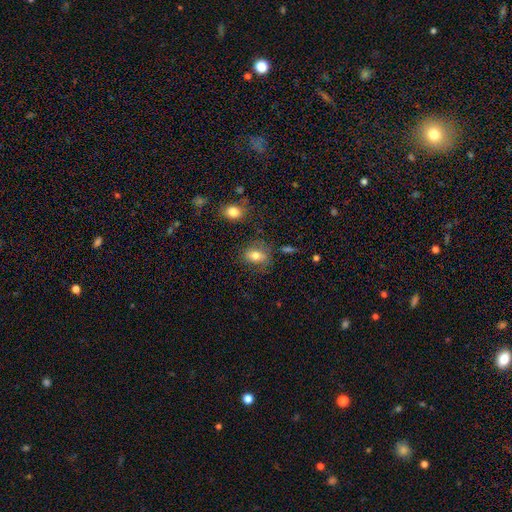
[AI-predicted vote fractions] smooth_or_featured: smooth (p=0.72) [alt: featured or disk p=0.17]
how_rounded: in between (p=0.72) [alt: round p=0.26]
merging: none (p=0.64) [alt: minor disturbance p=0.22]